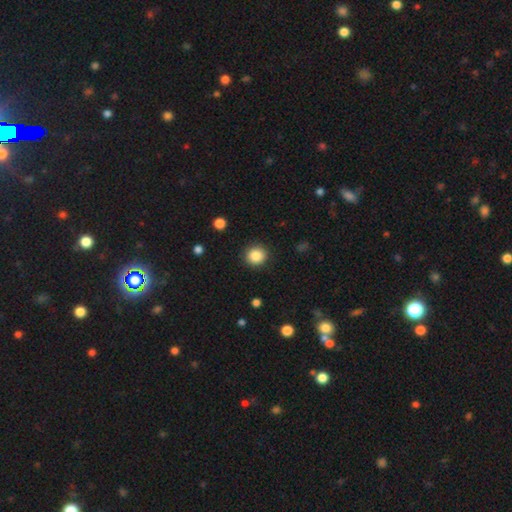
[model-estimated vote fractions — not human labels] smooth 87%, star or artifact 10%, featured or disk 4%. Down the decision tree: how rounded — round (92%); merging — none (91%).